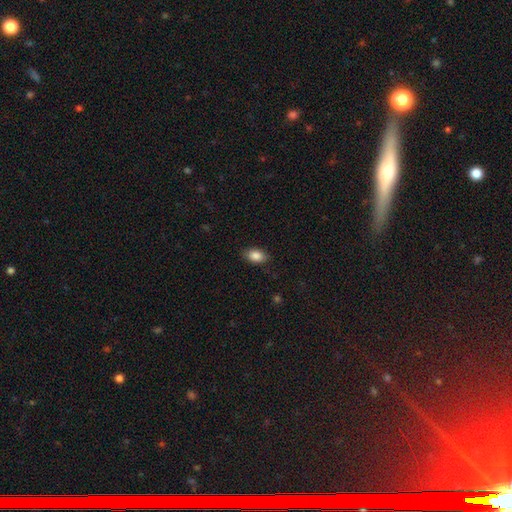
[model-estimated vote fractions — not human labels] Overall: smooth (87%). How rounded: in between (87%). Merging: none (86%).